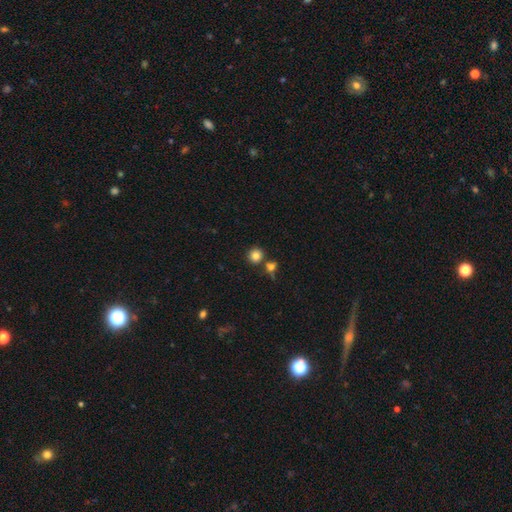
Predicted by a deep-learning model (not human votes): This is clearly a smooth galaxy (82%). How rounded: clearly round (90%). Merging: likely none (72%).